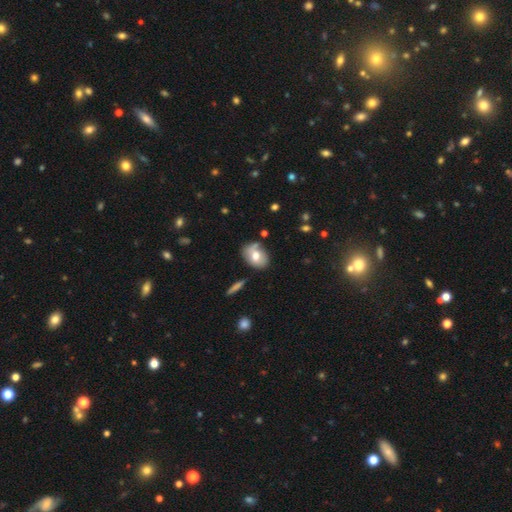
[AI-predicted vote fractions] Q: Smooth or featured?
A: smooth (65%); runner-up: featured or disk (27%)
Q: How rounded?
A: in between (69%); runner-up: round (29%)
Q: Merging?
A: none (65%); runner-up: minor disturbance (21%)